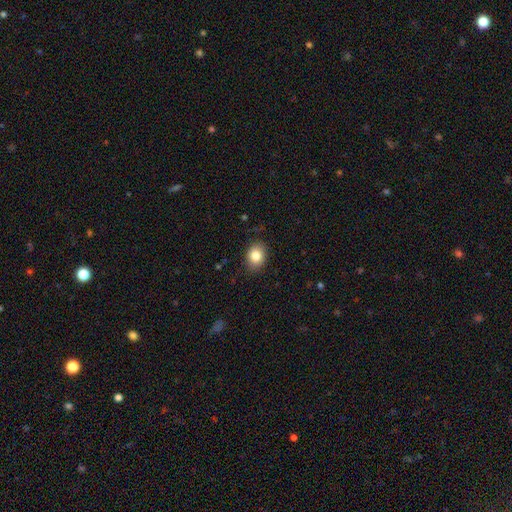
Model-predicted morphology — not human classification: smooth_or_featured: smooth (p=0.84) [alt: star or artifact p=0.09]
how_rounded: in between (p=0.57) [alt: round p=0.42]
merging: none (p=0.85) [alt: minor disturbance p=0.11]